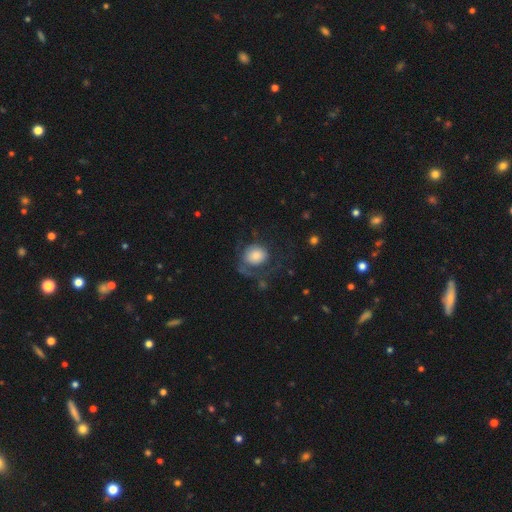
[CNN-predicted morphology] Smooth or featured? Predicted: smooth (p=0.64). How rounded? Predicted: round (p=0.68). Merging? Predicted: major disturbance (p=0.41).